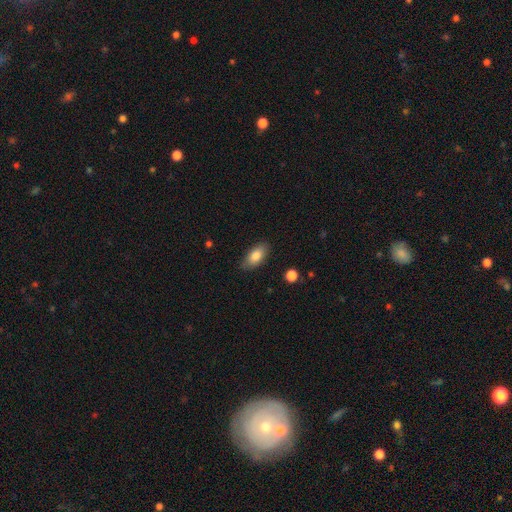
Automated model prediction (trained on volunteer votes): The model was most divided on "merging": none: 83%, minor disturbance: 13%, major disturbance: 3%, merger: 1%. More confident: how rounded — in between (89%); smooth or featured — smooth (83%).